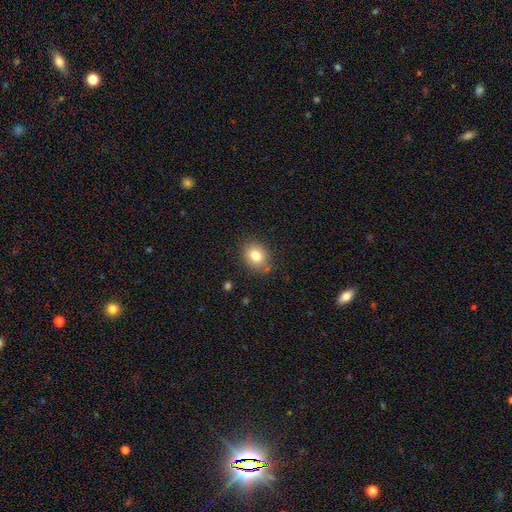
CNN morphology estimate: Smooth or featured? Predicted: smooth (p=0.81). How rounded? Predicted: round (p=0.54). Merging? Predicted: none (p=0.82).